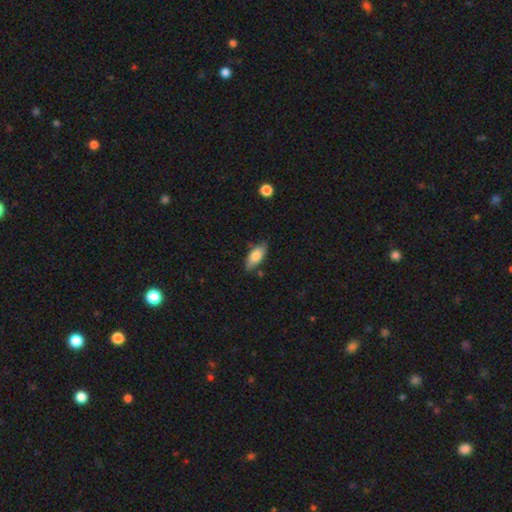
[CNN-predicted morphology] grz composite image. It shows a smooth galaxy with no disk features (78%) that is in between round and cigar-shaped (86%). Merging: none (76%).